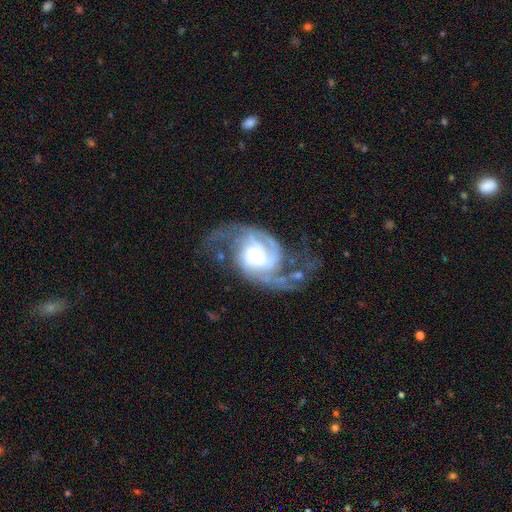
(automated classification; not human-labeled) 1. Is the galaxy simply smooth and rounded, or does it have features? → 90% featured or disk, 6% smooth, 4% star or artifact.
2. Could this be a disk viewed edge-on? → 97% no, 3% yes.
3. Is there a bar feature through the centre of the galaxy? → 51% no, 38% weak, 11% strong.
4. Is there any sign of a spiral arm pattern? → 97% yes, 3% no.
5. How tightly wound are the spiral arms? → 44% medium, 38% tight, 19% loose.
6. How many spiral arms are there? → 56% 2, 17% 3, 13% can't tell, 5% 1, 5% 4, 4% more than 4.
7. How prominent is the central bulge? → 62% moderate, 25% small, 11% large, 1% dominant, 1% none.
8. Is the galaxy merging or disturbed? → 47% none, 30% major disturbance, 19% minor disturbance, 4% merger.